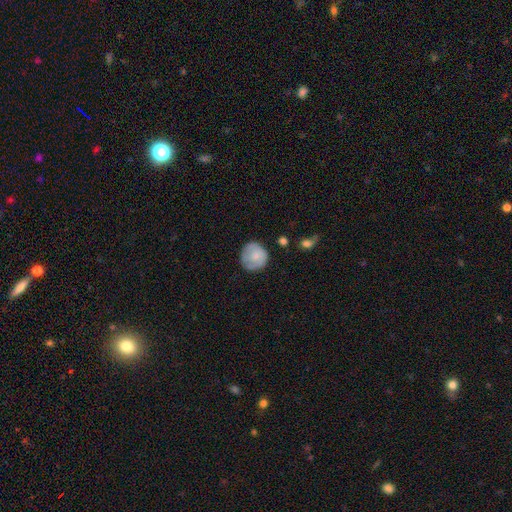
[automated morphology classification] Q: Smooth or featured?
A: smooth (76%); runner-up: featured or disk (17%)
Q: How rounded?
A: round (89%); runner-up: in between (10%)
Q: Merging?
A: none (72%); runner-up: minor disturbance (20%)